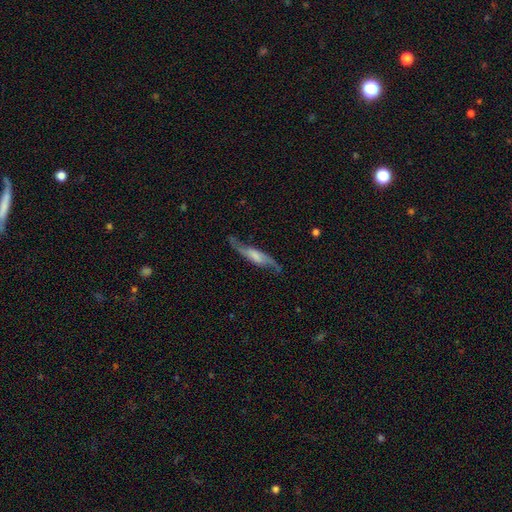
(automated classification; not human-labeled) Q: Smooth or featured?
A: featured or disk (77%); runner-up: smooth (17%)
Q: Edge-on disk?
A: no (67%); runner-up: yes (33%)
Q: Bar?
A: weak (40%); runner-up: no (39%)
Q: Spiral arms?
A: yes (93%); runner-up: no (7%)
Q: Bulge size?
A: none (30%); runner-up: small (27%)
Q: Merging?
A: none (73%); runner-up: minor disturbance (17%)